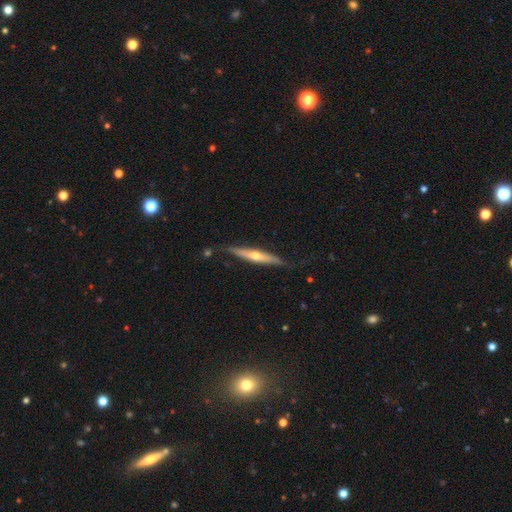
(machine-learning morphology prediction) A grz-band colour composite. It shows a featured or disk galaxy (65%) viewed edge-on (94%) with a rounded central bulge (84%). Merging: none (80%).